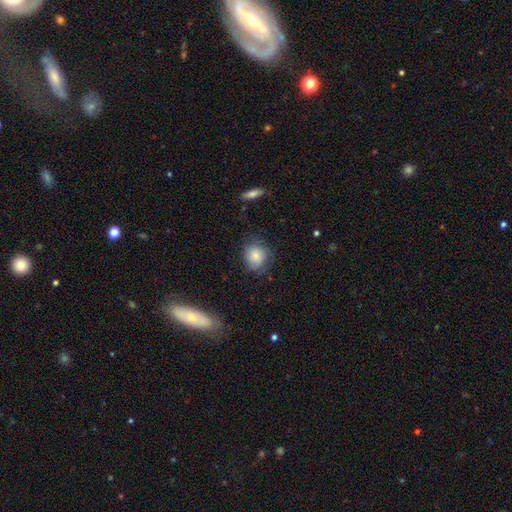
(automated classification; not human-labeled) smooth 77%, featured or disk 14%, star or artifact 9%. Down the decision tree: how rounded — round (77%); merging — none (69%).